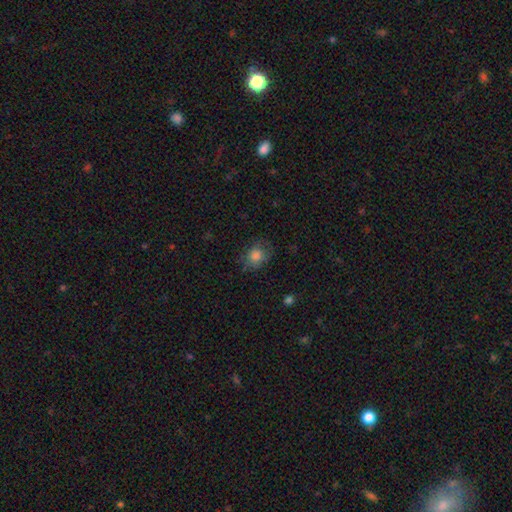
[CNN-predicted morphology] The model was most divided on "how rounded": round: 58%, in between: 41%, cigar-shaped: 1%. More confident: smooth or featured — smooth (81%); merging — none (69%).